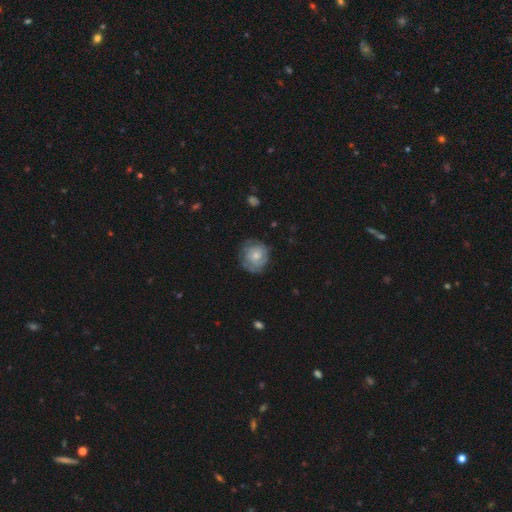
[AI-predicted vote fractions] Smooth or featured: featured or disk — 51% (smooth — 41%)
Edge-on disk: no — 97% (yes — 3%)
Merging: none — 69% (minor disturbance — 21%)